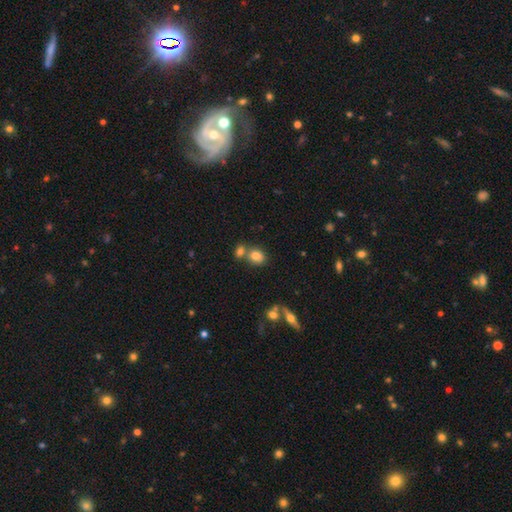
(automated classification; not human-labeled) smooth_or_featured: smooth (p=0.80) [alt: star or artifact p=0.11]
how_rounded: round (p=0.57) [alt: in between p=0.42]
merging: none (p=0.53) [alt: merger p=0.34]